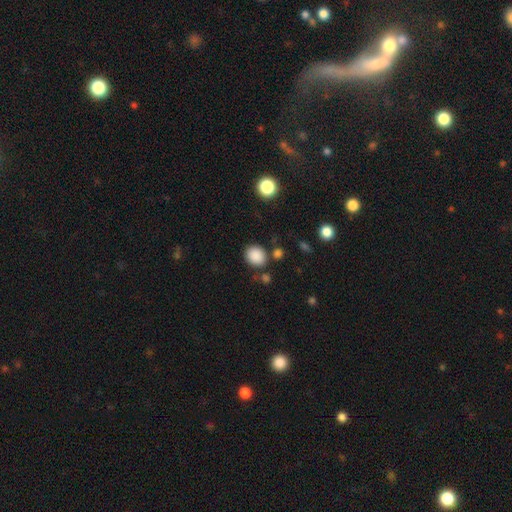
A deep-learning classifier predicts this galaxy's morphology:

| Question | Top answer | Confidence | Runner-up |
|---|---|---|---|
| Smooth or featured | smooth | 87% | star or artifact (10%) |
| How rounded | round | 63% | in between (36%) |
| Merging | none | 79% | minor disturbance (11%) |